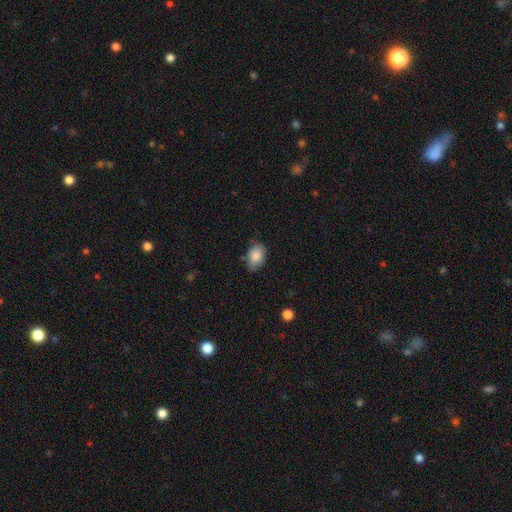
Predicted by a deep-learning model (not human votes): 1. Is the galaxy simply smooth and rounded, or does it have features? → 84% smooth, 9% featured or disk, 7% star or artifact.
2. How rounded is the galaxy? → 83% in between, 16% round, 1% cigar-shaped.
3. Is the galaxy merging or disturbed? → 65% none, 28% minor disturbance, 5% major disturbance, 2% merger.